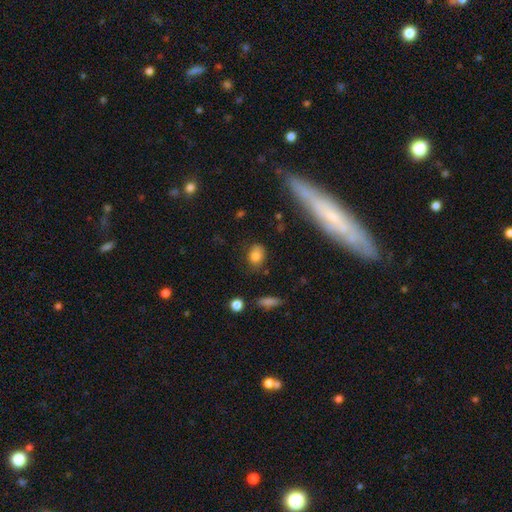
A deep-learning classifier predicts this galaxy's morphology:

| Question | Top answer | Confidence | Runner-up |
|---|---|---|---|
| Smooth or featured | smooth | 80% | star or artifact (12%) |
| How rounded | in between | 57% | round (41%) |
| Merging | none | 71% | minor disturbance (20%) |